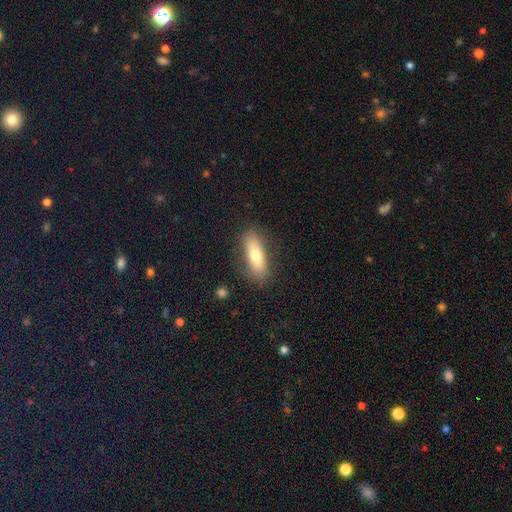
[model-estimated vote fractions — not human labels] smooth 71%, featured or disk 22%, star or artifact 7%. Down the decision tree: how rounded — in between (53%); merging — none (82%).